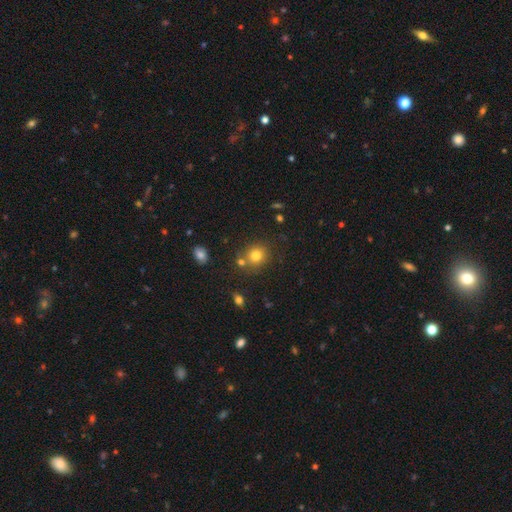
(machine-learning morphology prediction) Smooth or featured: smooth — 78% (star or artifact — 13%)
How rounded: round — 81% (in between — 18%)
Merging: none — 71% (merger — 14%)